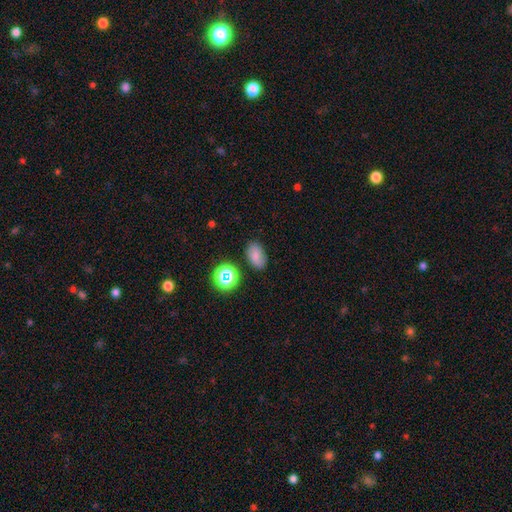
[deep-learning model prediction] Smooth or featured? smooth (72%)
How rounded? in between (86%)
Merging? none (79%)